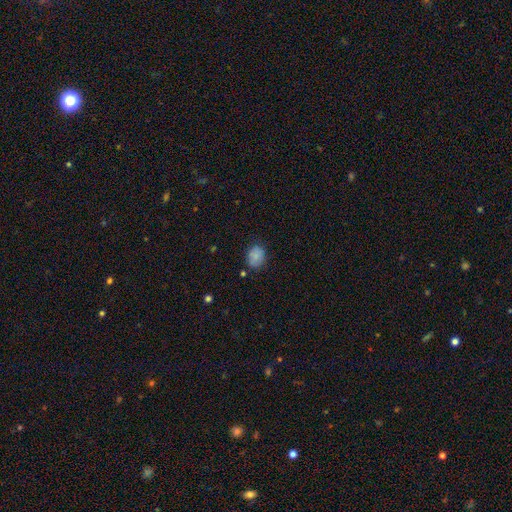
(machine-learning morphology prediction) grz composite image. It shows a smooth galaxy with no disk features (84%) that is in between round and cigar-shaped (52%). Merging: none (75%).